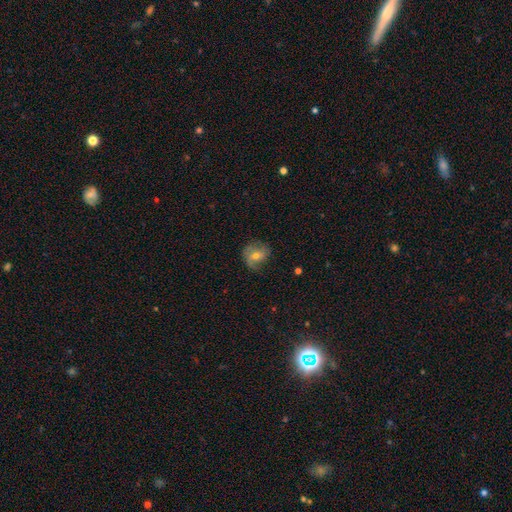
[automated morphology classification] A featured or disk galaxy (50%). Merging: none (63%).